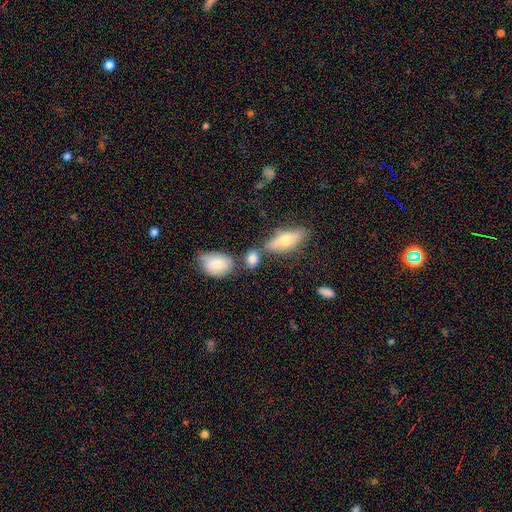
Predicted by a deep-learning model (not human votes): Smooth or featured?
  - smooth: 50% *
  - featured or disk: 34%
  - star or artifact: 16%
How rounded?
  - in between: 67% *
  - cigar-shaped: 25%
  - round: 8%
Merging?
  - none: 64% *
  - merger: 22%
  - minor disturbance: 11%
  - major disturbance: 4%